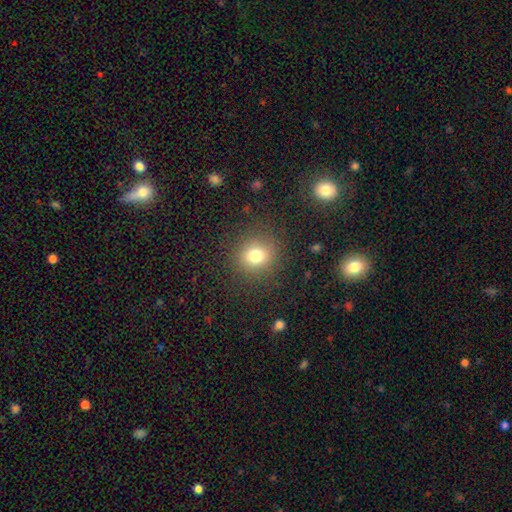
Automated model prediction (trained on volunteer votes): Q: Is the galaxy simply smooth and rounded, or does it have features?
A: smooth — 77%.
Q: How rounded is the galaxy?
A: round — 81%.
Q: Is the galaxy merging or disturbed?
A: none — 86%.